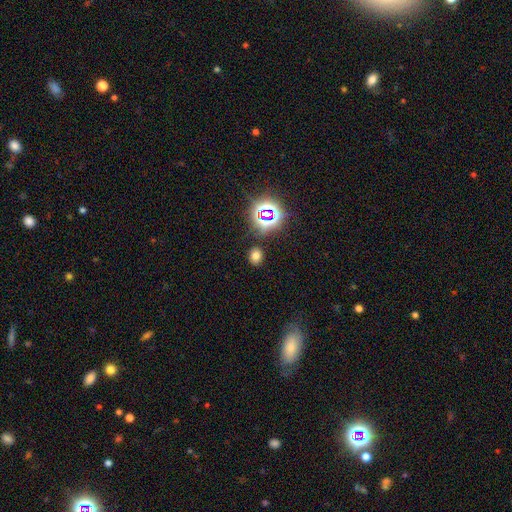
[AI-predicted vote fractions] Overall: smooth (67%; star or artifact 27%). How rounded: round (56%; in between 42%). Merging: none (85%).